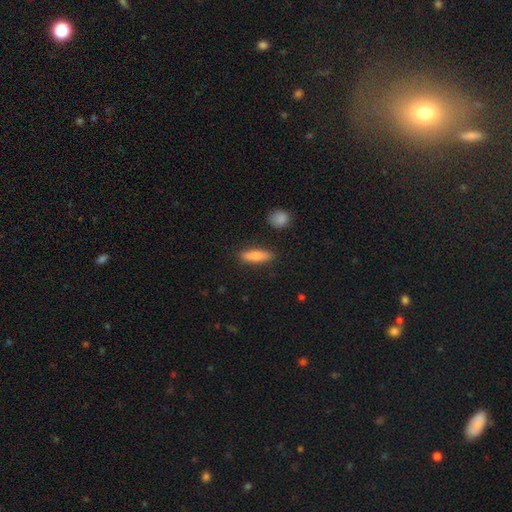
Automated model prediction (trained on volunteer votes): The model was most divided on "how rounded": cigar-shaped: 58%, in between: 39%, round: 3%. More confident: merging — none (86%); smooth or featured — smooth (71%).